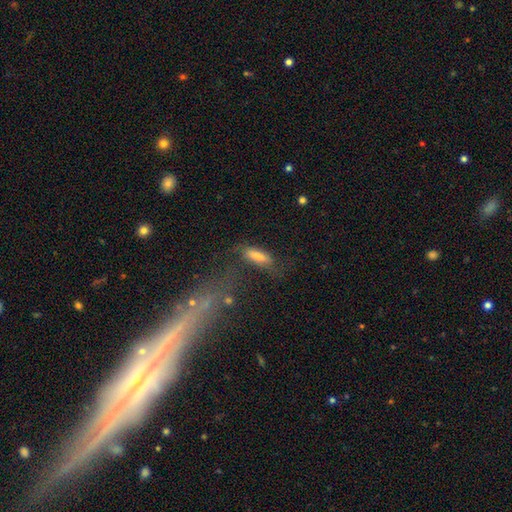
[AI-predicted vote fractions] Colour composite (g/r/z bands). It shows a smooth galaxy with no disk features (69%) that is in between round and cigar-shaped (52%). Merging: none (51%).